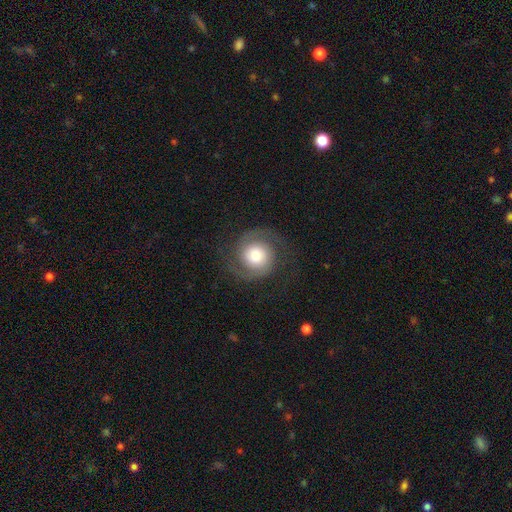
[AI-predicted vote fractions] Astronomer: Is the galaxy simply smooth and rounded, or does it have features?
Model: featured or disk — 77%.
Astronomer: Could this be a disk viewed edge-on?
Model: no — 98%.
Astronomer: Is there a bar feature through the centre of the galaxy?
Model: no — 75%.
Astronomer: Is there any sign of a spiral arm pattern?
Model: yes — 95%.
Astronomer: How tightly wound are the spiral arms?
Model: medium — 44% (runner-up: tight, 39%).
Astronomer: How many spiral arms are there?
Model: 2 — 91%.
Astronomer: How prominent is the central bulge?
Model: moderate — 51%.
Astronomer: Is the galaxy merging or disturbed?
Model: none — 79%.